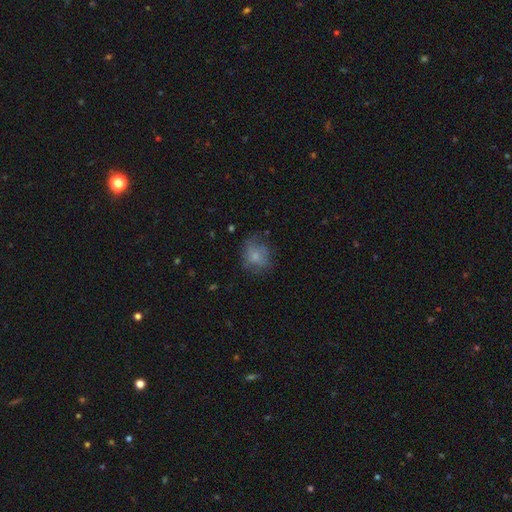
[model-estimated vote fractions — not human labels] smooth_or_featured: smooth (p=0.71) [alt: featured or disk p=0.19]
how_rounded: round (p=0.70) [alt: in between p=0.29]
merging: none (p=0.58) [alt: minor disturbance p=0.25]